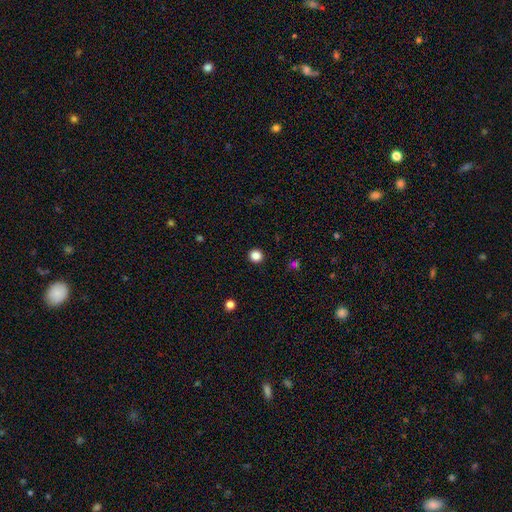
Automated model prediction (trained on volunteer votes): This appears to be a smooth galaxy with no disk features (85%) that is round (93%). Merging: none (93%).